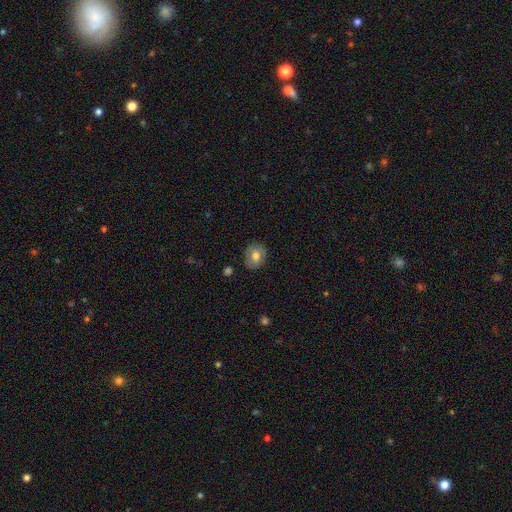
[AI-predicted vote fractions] The model was most divided on "how rounded": round: 59%, in between: 40%, cigar-shaped: 1%. More confident: merging — none (82%); smooth or featured — smooth (71%).